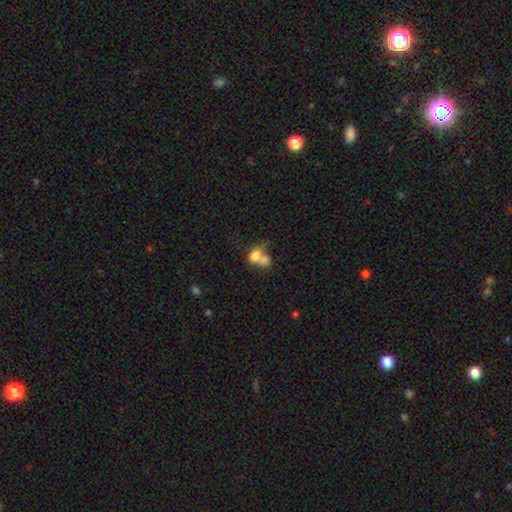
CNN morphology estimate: Smooth or featured? Predicted: smooth (p=0.74). How rounded? Predicted: in between (p=0.74). Merging? Predicted: merger (p=0.68).